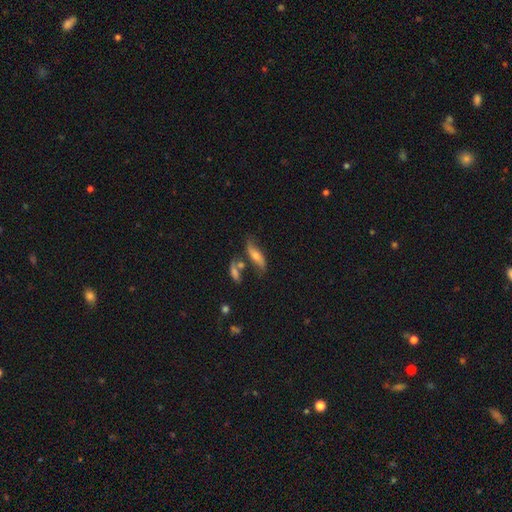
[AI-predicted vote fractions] featured or disk 51%, smooth 40%, star or artifact 9%. Down the decision tree: edge-on disk — no (61%); merging — none (48%).